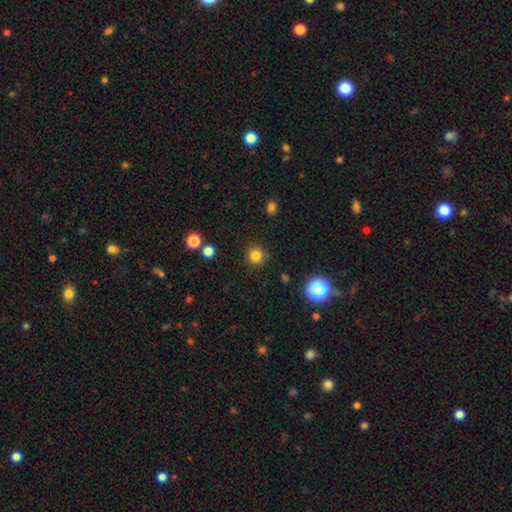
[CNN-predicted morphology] Q: Smooth or featured?
A: smooth (81%); runner-up: star or artifact (14%)
Q: How rounded?
A: round (92%); runner-up: in between (7%)
Q: Merging?
A: none (88%); runner-up: minor disturbance (8%)